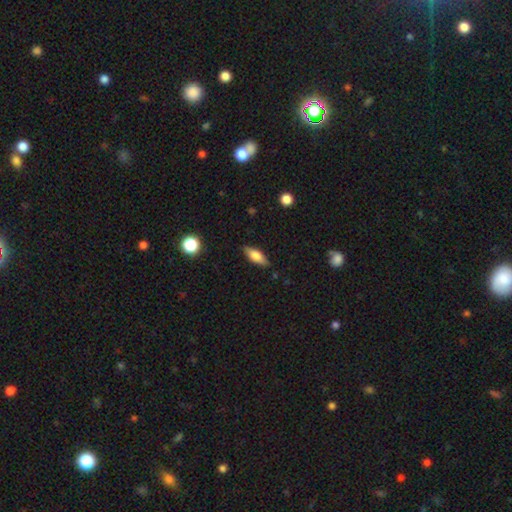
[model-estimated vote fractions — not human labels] The model was most divided on "smooth or featured": smooth: 68%, featured or disk: 25%, star or artifact: 7%. More confident: merging — none (86%); how rounded — in between (72%).